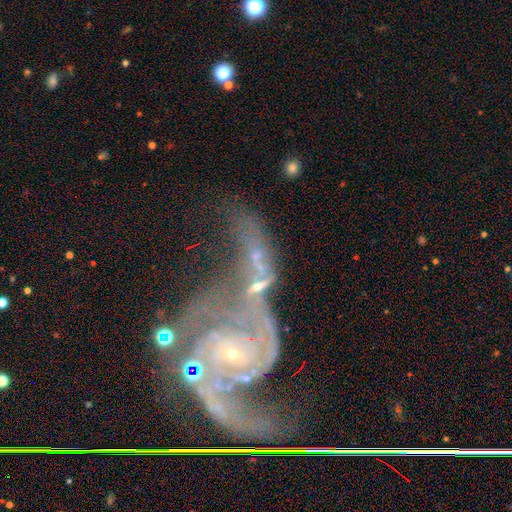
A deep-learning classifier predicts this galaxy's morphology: A featured or disk galaxy (59%). Merging: merger (48%).